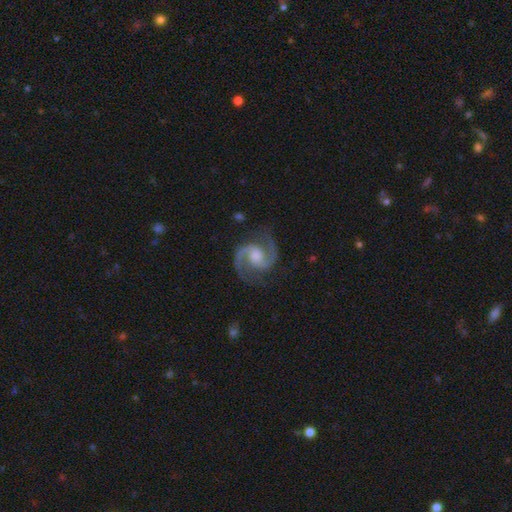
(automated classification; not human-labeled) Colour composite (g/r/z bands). It shows a featured or disk galaxy (94%) with no bar (47%), 2 (95%) medium (67%) spiral arms (99%) and a moderate central bulge (48%). Merging: none (83%).